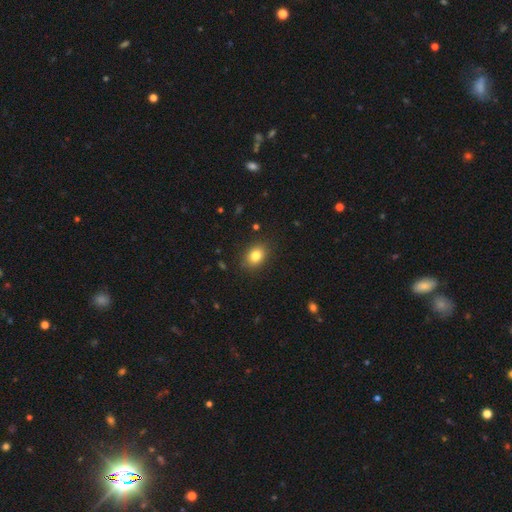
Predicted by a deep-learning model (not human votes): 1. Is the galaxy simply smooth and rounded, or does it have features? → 83% smooth, 10% star or artifact, 7% featured or disk.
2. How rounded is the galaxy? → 65% in between, 33% round, 1% cigar-shaped.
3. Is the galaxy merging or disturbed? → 87% none, 10% minor disturbance, 2% major disturbance, 1% merger.